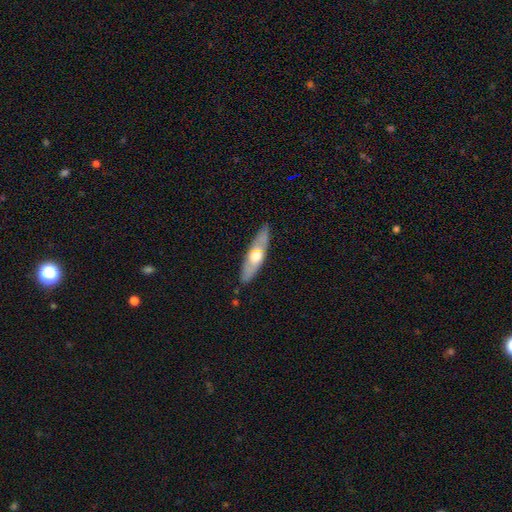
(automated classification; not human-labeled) Smooth or featured?
  - featured or disk: 49% *
  - smooth: 46%
  - star or artifact: 5%
Merging?
  - none: 84% *
  - minor disturbance: 12%
  - major disturbance: 2%
  - merger: 1%